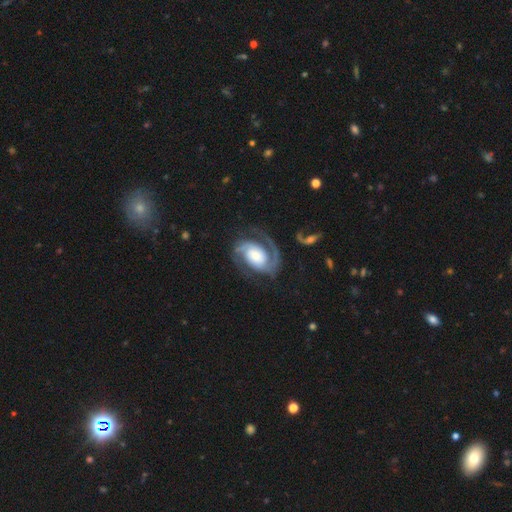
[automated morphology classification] featured or disk 89%, smooth 6%, star or artifact 4%. Down the decision tree: edge-on disk — no (98%); bar — no (60%); spiral arms — yes (98%); spiral arm count — 2 (87%); spiral winding — medium (47%); bulge size — large (34%); merging — none (65%).